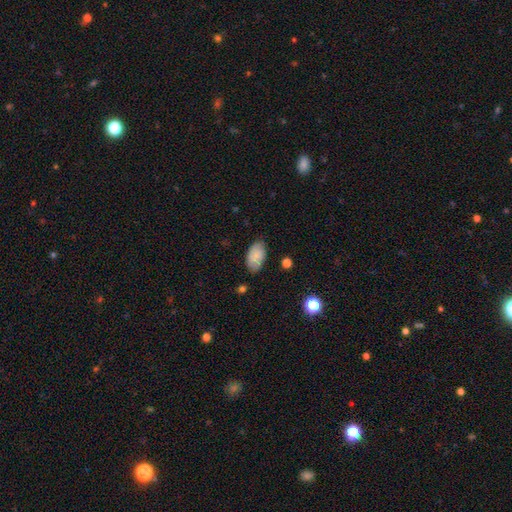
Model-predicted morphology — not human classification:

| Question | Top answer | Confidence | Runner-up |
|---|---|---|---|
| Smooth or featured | smooth | 81% | featured or disk (12%) |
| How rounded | in between | 94% | round (4%) |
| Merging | none | 77% | minor disturbance (18%) |